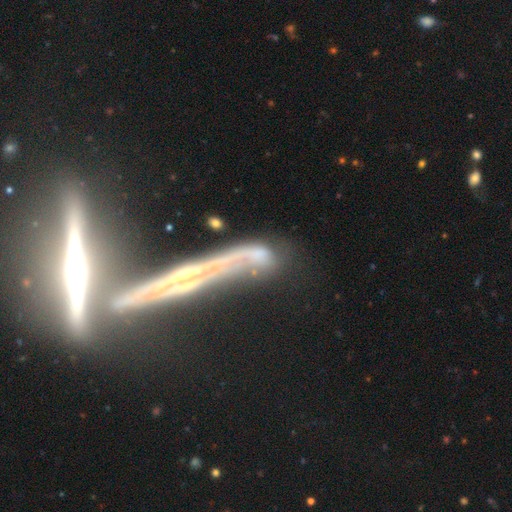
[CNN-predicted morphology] Smooth or featured? Predicted: featured or disk (p=0.46). Merging? Predicted: none (p=0.42).